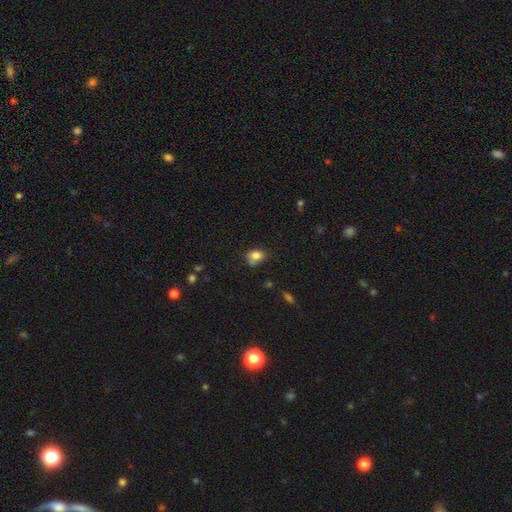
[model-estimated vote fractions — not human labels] The model was most divided on "how rounded": in between: 53%, round: 46%, cigar-shaped: 1%. Remaining: smooth or featured — smooth (79%); merging — none (46%).